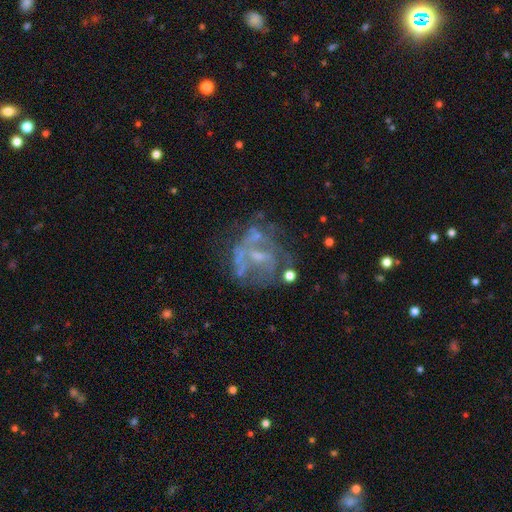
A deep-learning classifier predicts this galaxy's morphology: Smooth or featured?
  - featured or disk: 70% *
  - smooth: 15%
  - star or artifact: 15%
Edge-on disk?
  - no: 98% *
  - yes: 2%
Bar?
  - no: 60% *
  - weak: 31%
  - strong: 9%
Spiral arms?
  - no: 65% *
  - yes: 35%
Bulge size?
  - small: 41% *
  - none: 37%
  - moderate: 20%
  - large: 2%
  - dominant: 1%
Merging?
  - none: 42% *
  - major disturbance: 29%
  - minor disturbance: 18%
  - merger: 11%